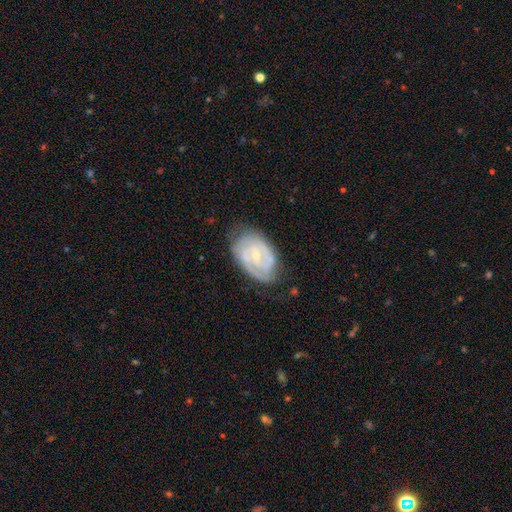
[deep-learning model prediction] A featured or disk galaxy (81%) with no bar (64%), 2 (44%) tight (67%) spiral arms (90%) and a small central bulge (67%). Merging: none (68%).